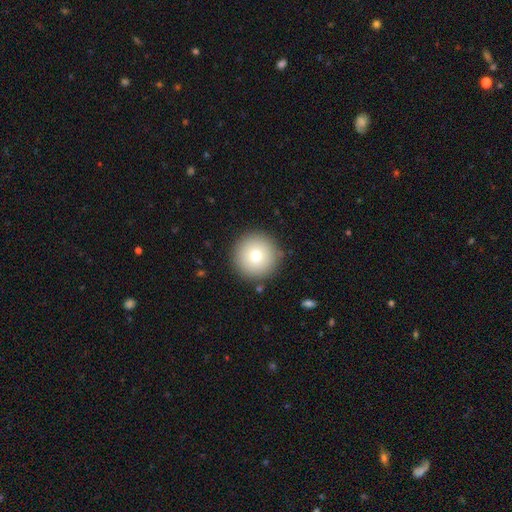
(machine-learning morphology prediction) Smooth or featured? Predicted: smooth (p=0.76). How rounded? Predicted: round (p=0.97). Merging? Predicted: none (p=0.89).